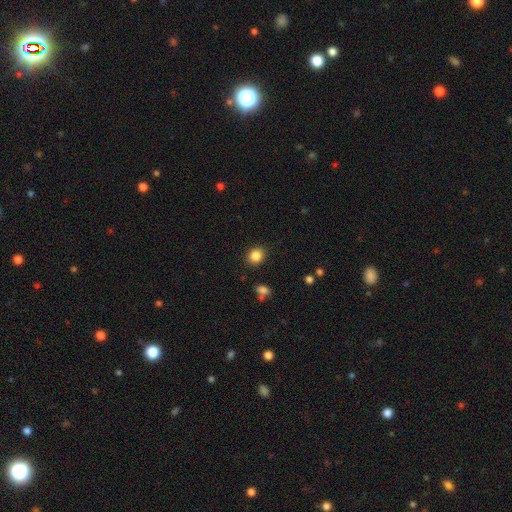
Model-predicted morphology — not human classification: A smooth galaxy with no disk features (85%) that is round (71%). Merging: none (89%).